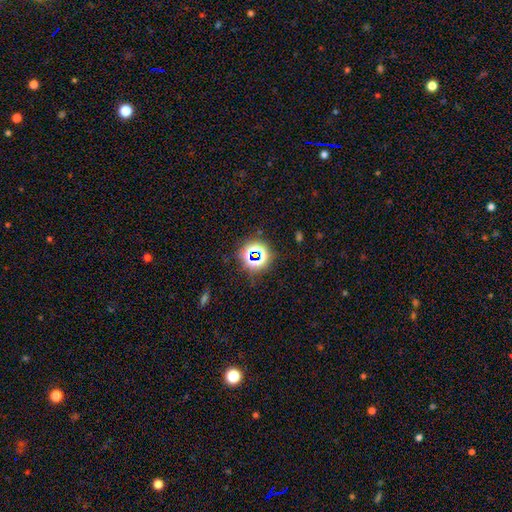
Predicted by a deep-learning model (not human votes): This appears to be a star or artifact, not a galaxy (70%).